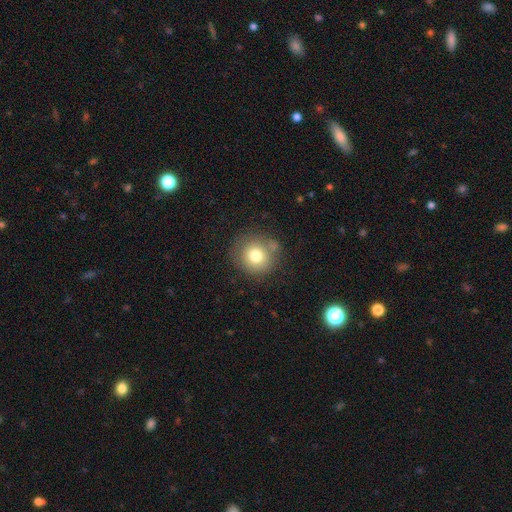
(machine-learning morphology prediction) type=smooth (76%); roundness=round (91%); merging=none (71%).